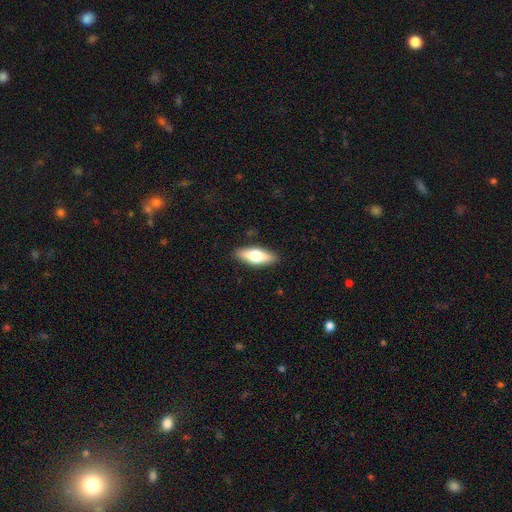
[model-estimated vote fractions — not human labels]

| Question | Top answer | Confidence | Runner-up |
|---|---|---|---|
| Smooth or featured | smooth | 60% | featured or disk (34%) |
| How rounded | in between | 63% | cigar-shaped (34%) |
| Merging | none | 89% | minor disturbance (8%) |